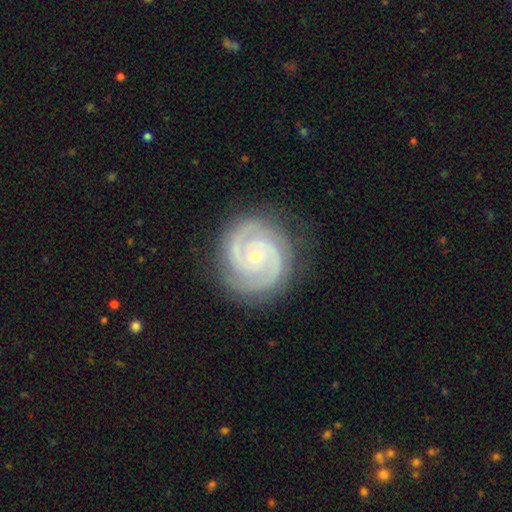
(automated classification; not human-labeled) Morphology: type=featured or disk (92%); edge-on=no (98%); bar=no (70%); spiral arms=yes (99%); winding=tight (71%); arm count=2 (77%); bulge=small (71%); merging=none (85%).